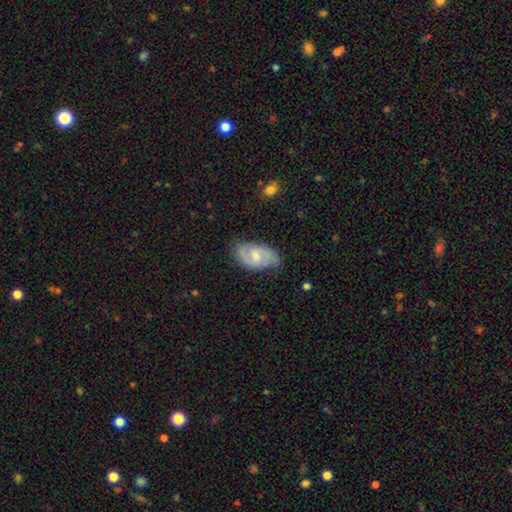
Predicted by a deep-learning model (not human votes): Smooth or featured?
  - featured or disk: 72% *
  - smooth: 22%
  - star or artifact: 5%
Edge-on disk?
  - no: 96% *
  - yes: 4%
Bar?
  - weak: 55% *
  - no: 35%
  - strong: 9%
Spiral arms?
  - yes: 92% *
  - no: 8%
Spiral winding?
  - medium: 49% *
  - tight: 30%
  - loose: 21%
Spiral arm count?
  - 2: 84% *
  - can't tell: 9%
  - 1: 2%
  - 3: 2%
  - 4: 1%
  - more than 4: 1%
Bulge size?
  - moderate: 49% *
  - small: 44%
  - none: 3%
  - large: 2%
  - dominant: 1%
Merging?
  - none: 73% *
  - minor disturbance: 21%
  - major disturbance: 5%
  - merger: 1%